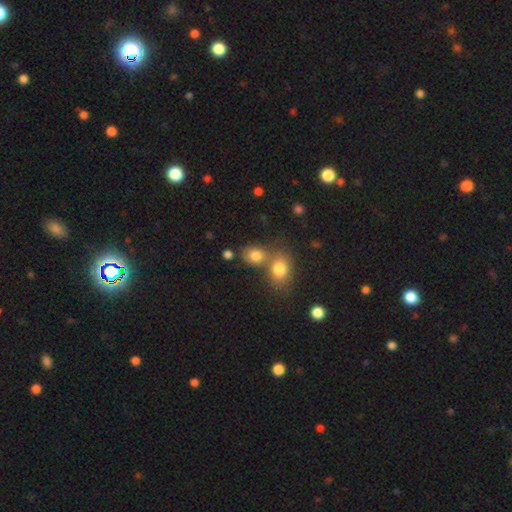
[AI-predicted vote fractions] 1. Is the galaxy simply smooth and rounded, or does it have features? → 79% smooth, 12% star or artifact, 9% featured or disk.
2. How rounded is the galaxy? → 52% round, 47% in between, 1% cigar-shaped.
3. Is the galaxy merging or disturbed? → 44% none, 43% merger, 9% minor disturbance, 4% major disturbance.